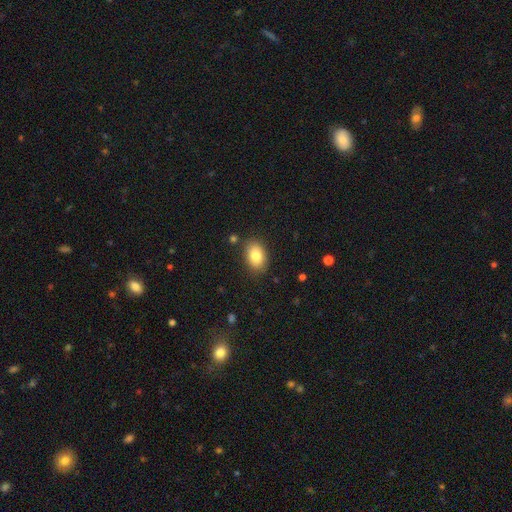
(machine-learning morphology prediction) Overall: smooth (84%). How rounded: in between (83%). Merging: none (84%).